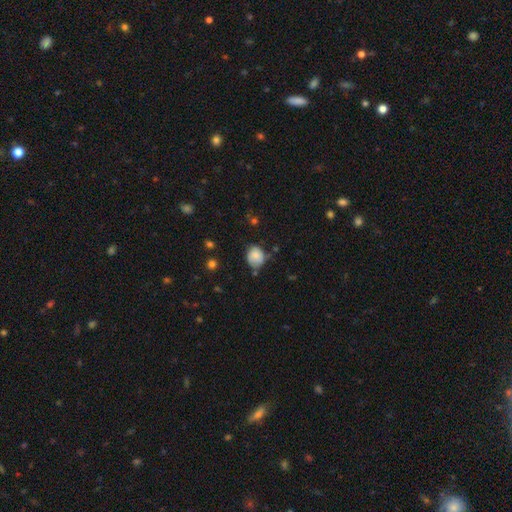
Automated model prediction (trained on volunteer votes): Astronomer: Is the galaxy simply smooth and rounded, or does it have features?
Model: smooth — 78%.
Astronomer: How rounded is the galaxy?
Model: round — 65%.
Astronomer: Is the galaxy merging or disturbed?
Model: none — 58%.